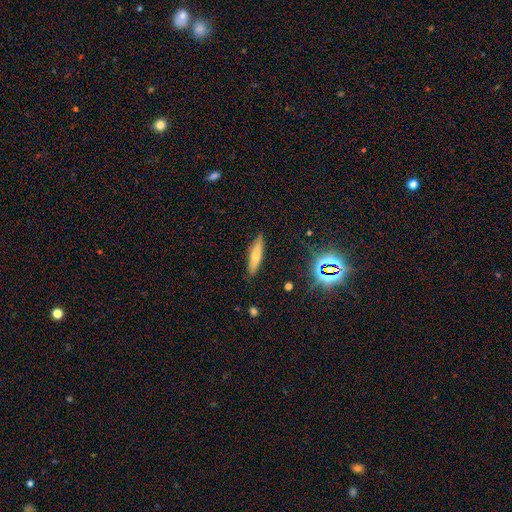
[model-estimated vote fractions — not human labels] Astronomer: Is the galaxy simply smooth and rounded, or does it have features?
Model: smooth — 60%.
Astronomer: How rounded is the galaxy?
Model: cigar-shaped — 70%.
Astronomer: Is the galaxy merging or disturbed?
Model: none — 85%.